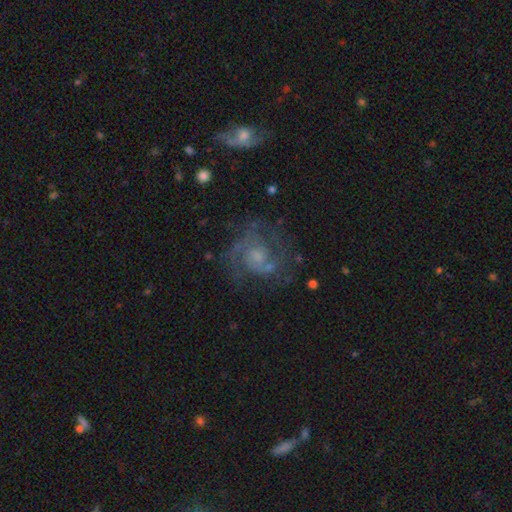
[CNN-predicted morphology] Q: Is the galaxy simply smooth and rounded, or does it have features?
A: featured or disk — 73%.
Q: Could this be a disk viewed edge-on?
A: no — 98%.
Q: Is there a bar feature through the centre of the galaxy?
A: no — 72%.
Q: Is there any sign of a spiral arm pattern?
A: yes — 85%.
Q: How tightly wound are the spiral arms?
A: medium — 47%.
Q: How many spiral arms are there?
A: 2 — 46%.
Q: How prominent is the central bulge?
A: small — 38%.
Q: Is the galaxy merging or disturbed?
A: none — 59%.